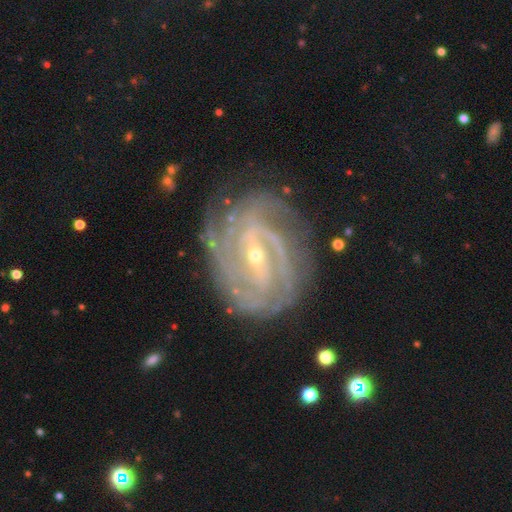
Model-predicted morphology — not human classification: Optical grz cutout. It shows a featured or disk galaxy (91%) with a weak bar (42%), 2 (27%) tight (65%) spiral arms (98%) and a small central bulge (75%). Merging: none (75%).